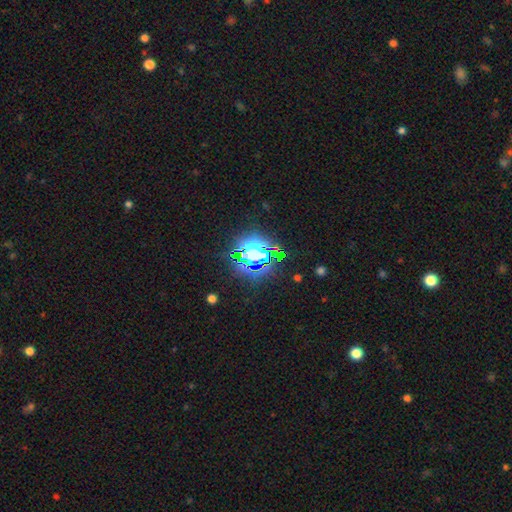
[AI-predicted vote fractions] star or artifact 66%, smooth 24%, featured or disk 10%.